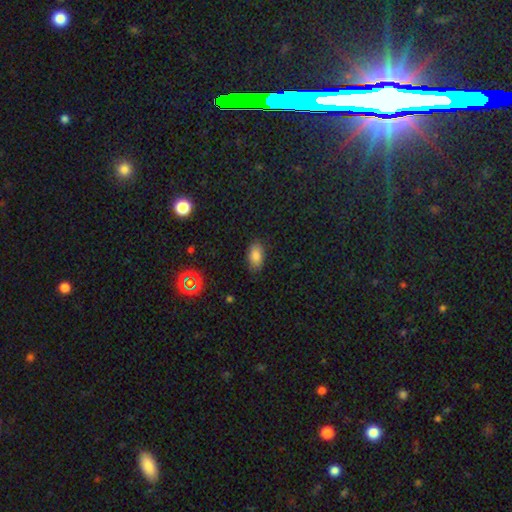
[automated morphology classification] This is clearly a smooth galaxy (83%). How rounded: clearly in between (92%). Merging: clearly none (83%).